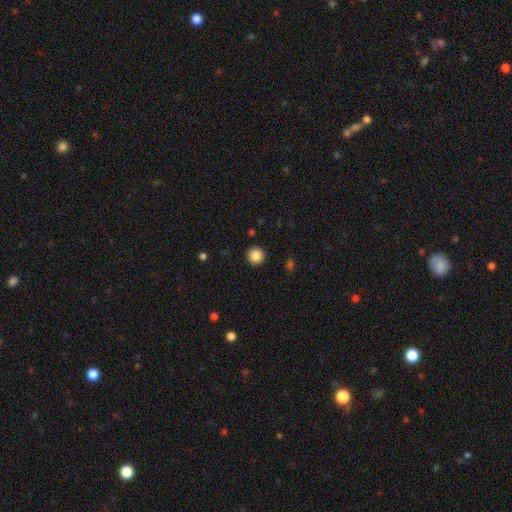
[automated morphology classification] Overall: smooth (87%). How rounded: round (95%). Merging: none (93%).